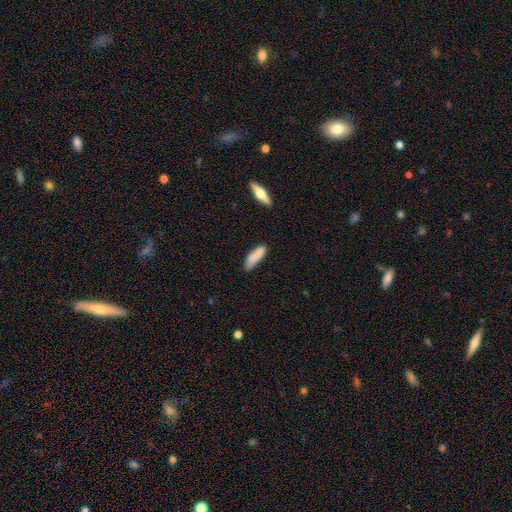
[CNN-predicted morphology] smooth_or_featured: smooth (p=0.85) [alt: featured or disk p=0.09]
how_rounded: cigar-shaped (p=0.63) [alt: in between p=0.36]
merging: none (p=0.74) [alt: minor disturbance p=0.21]